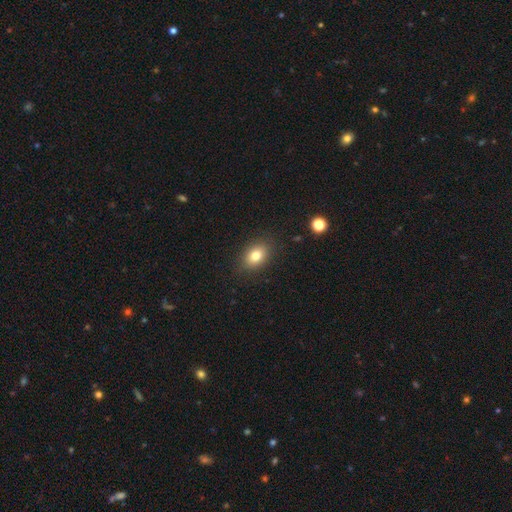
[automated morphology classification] A smooth galaxy with no disk features (79%) that is in between round and cigar-shaped (77%). Merging: none (86%).